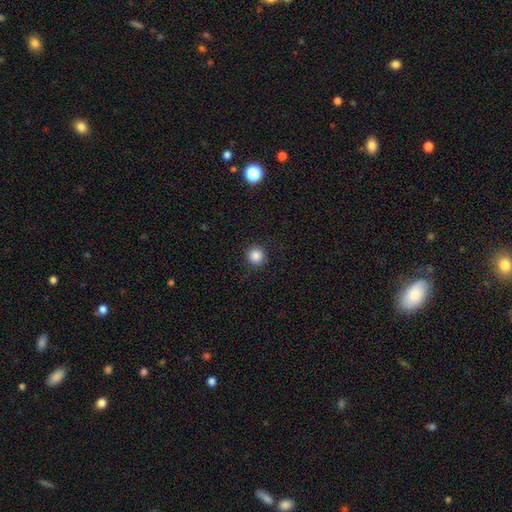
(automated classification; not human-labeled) A smooth galaxy with no disk features (86%) that is round (94%). Merging: none (92%).